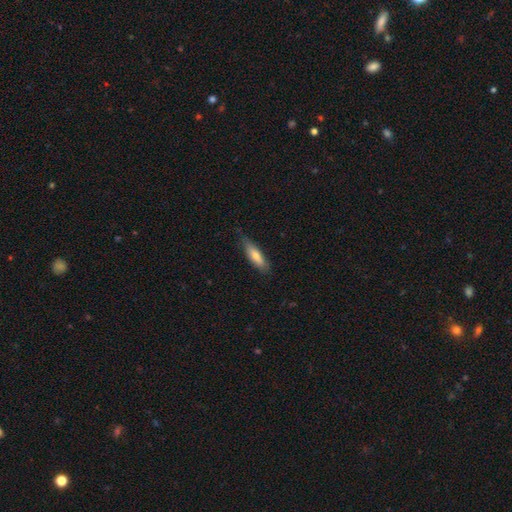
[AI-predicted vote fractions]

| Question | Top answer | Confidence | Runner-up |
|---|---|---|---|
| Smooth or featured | smooth | 72% | featured or disk (22%) |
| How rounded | cigar-shaped | 59% | in between (39%) |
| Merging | none | 76% | minor disturbance (20%) |